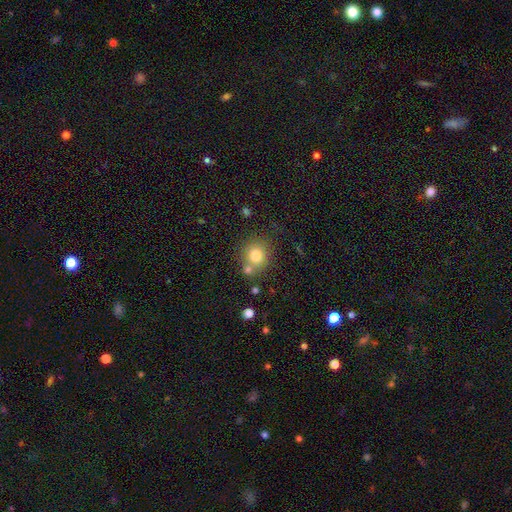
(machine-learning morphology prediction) The model was most divided on "merging": none: 65%, merger: 20%, minor disturbance: 11%, major disturbance: 4%. More confident: how rounded — round (84%); smooth or featured — smooth (78%).